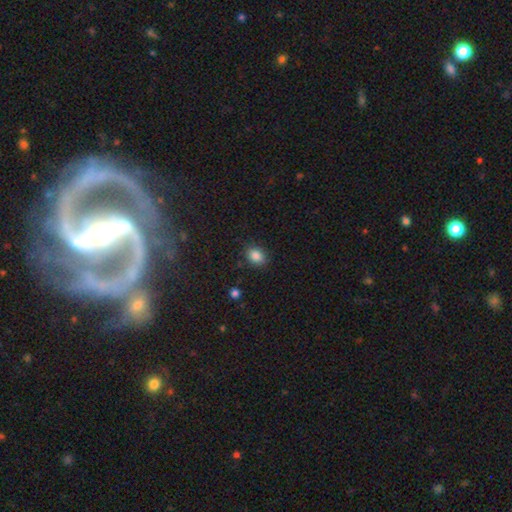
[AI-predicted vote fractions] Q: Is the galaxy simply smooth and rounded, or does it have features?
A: smooth — 85%.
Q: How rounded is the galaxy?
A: in between — 65%.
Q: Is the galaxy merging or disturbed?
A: none — 84%.